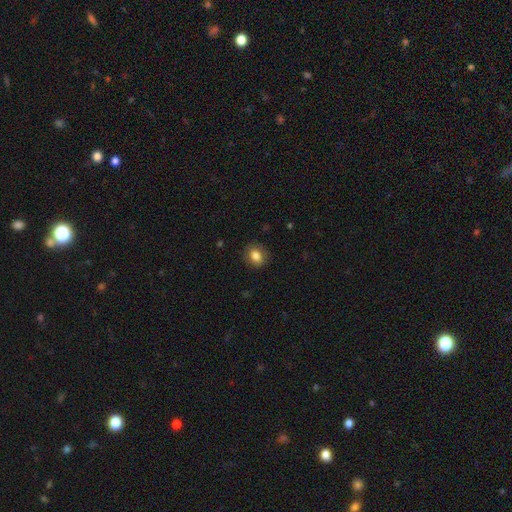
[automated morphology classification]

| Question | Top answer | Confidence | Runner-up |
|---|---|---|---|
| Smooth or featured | smooth | 82% | star or artifact (9%) |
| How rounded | round | 54% | in between (45%) |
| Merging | none | 85% | minor disturbance (11%) |